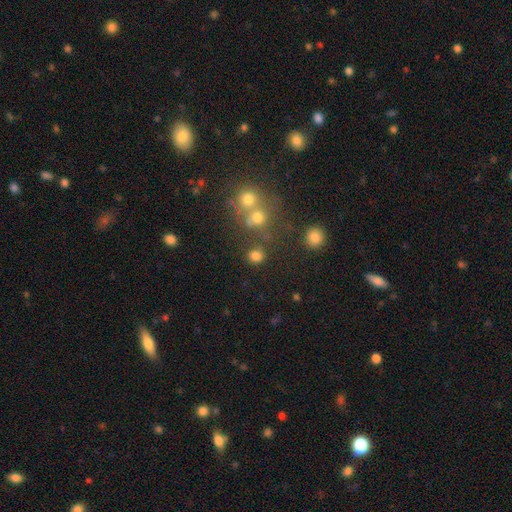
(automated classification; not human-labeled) Smooth or featured? smooth (78%)
How rounded? round (81%)
Merging? none (73%)